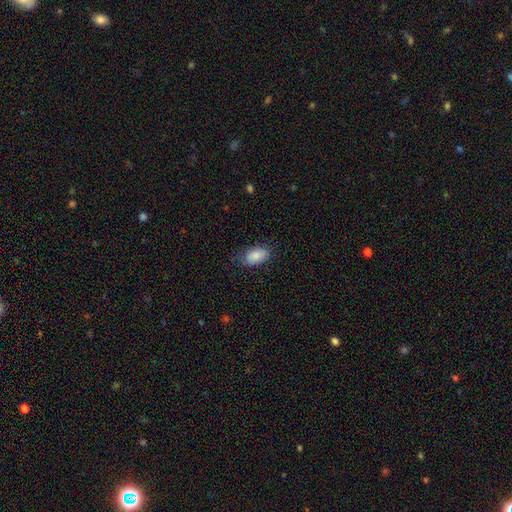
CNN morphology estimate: Q: Smooth or featured?
A: smooth (86%); runner-up: featured or disk (7%)
Q: How rounded?
A: in between (93%); runner-up: round (5%)
Q: Merging?
A: none (74%); runner-up: minor disturbance (20%)